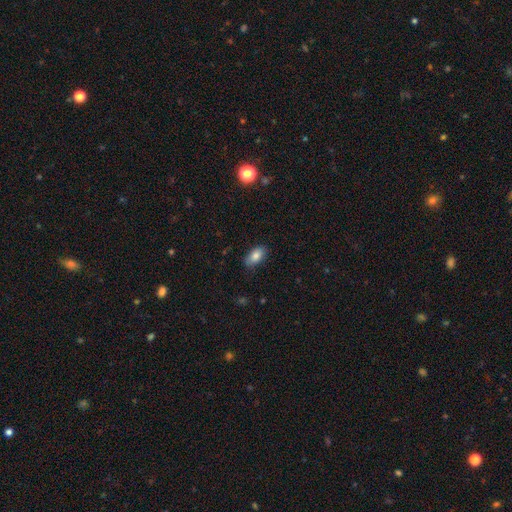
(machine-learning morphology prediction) Smooth or featured?
  - smooth: 84% *
  - star or artifact: 8%
  - featured or disk: 8%
How rounded?
  - in between: 92% *
  - round: 4%
  - cigar-shaped: 4%
Merging?
  - none: 83% *
  - minor disturbance: 13%
  - major disturbance: 3%
  - merger: 1%